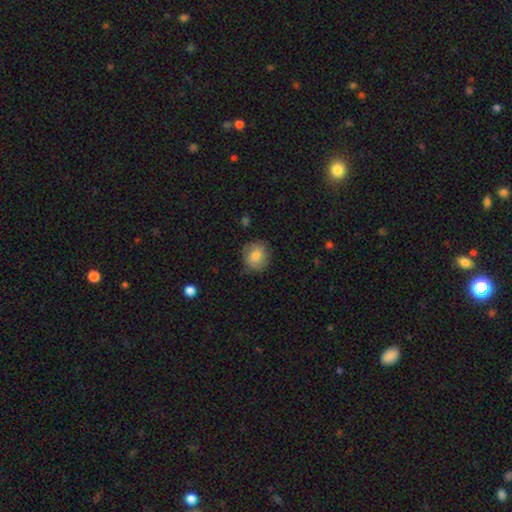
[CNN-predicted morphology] smooth 79%, featured or disk 13%, star or artifact 8%. Down the decision tree: how rounded — round (84%); merging — none (78%).